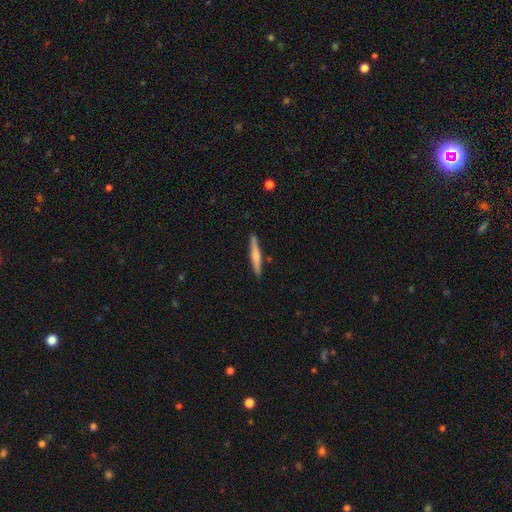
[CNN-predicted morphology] A smooth galaxy with no disk features (58%) that is cigar-shaped (94%).

Vote fractions:
- Smooth or featured? smooth: 58% / featured or disk: 37% / star or artifact: 5%
- How rounded? cigar-shaped: 94% / in between: 5% / round: 1%
- Merging? none: 88% / minor disturbance: 9% / merger: 2% / major disturbance: 2%